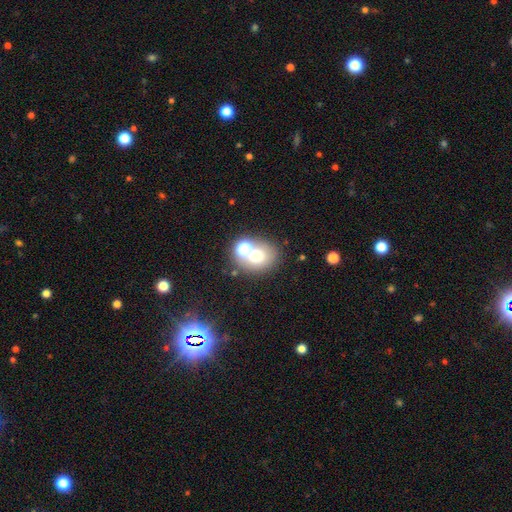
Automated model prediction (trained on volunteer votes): This appears to be a smooth galaxy with no disk features (64%) that is round (69%). Merging: none (52%).